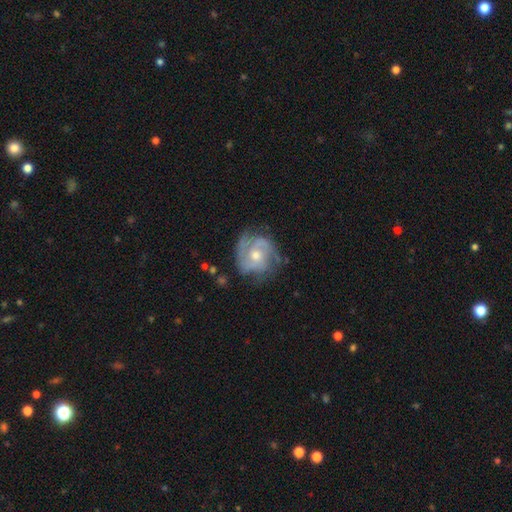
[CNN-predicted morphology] Smooth or featured? Predicted: featured or disk (p=0.79). Edge-on disk? Predicted: no (p=0.98). Bar? Predicted: no (p=0.70). Spiral arms? Predicted: yes (p=0.89). Spiral winding? Predicted: tight (p=0.46). Spiral arm count? Predicted: 2 (p=0.36). Bulge size? Predicted: moderate (p=0.60). Merging? Predicted: none (p=0.65).